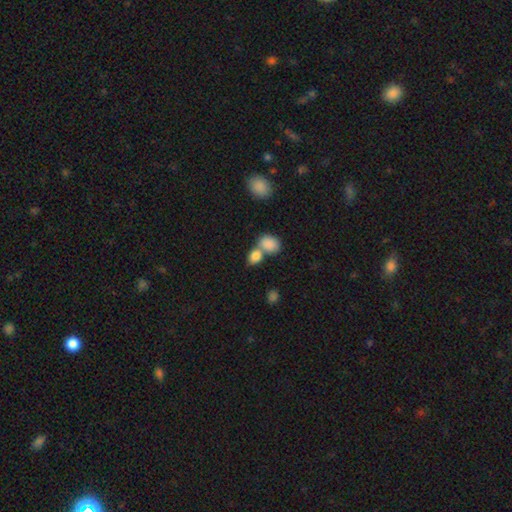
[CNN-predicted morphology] type=smooth (84%); roundness=in between (69%); merging=merger (55%).